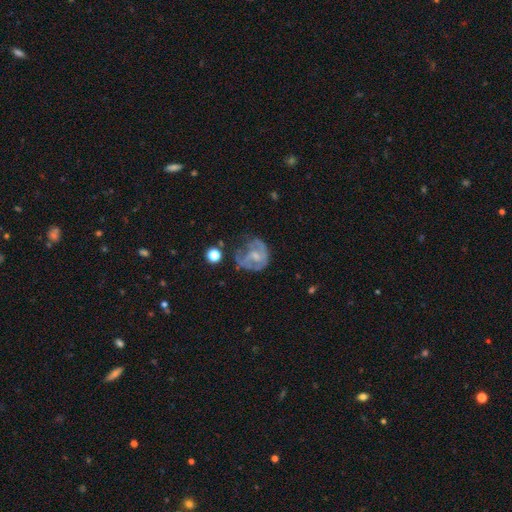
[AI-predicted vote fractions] The model was most divided on "bulge size": small: 37%, moderate: 36%, none: 22%, large: 4%, dominant: 1%. Remaining: edge-on disk — no (98%); bar — no (63%); smooth or featured — featured or disk (57%); spiral arms — no (53%); merging — none (36%).